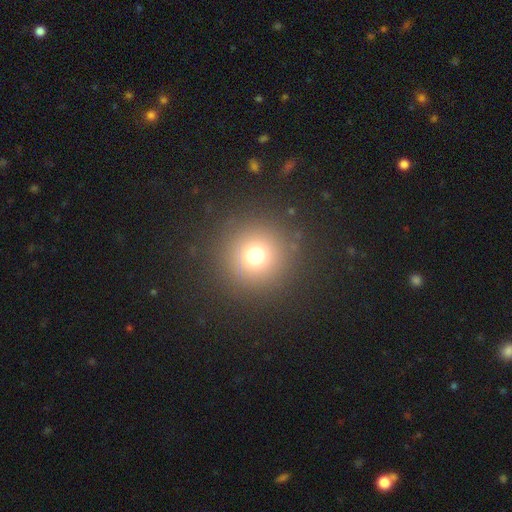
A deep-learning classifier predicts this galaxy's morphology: smooth 70%, star or artifact 21%, featured or disk 9%. Down the decision tree: how rounded — round (96%); merging — none (88%).